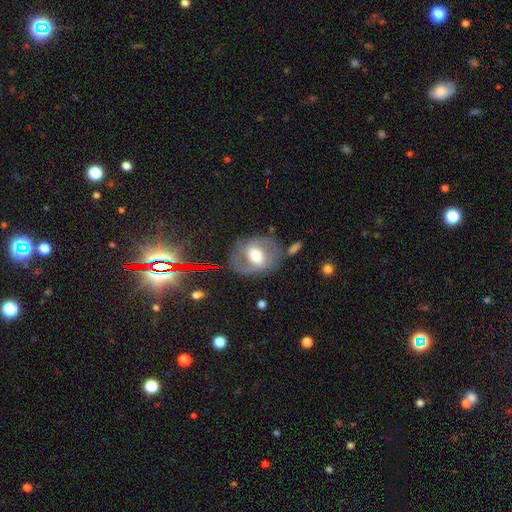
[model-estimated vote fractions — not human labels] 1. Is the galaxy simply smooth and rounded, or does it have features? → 62% featured or disk, 30% smooth, 8% star or artifact.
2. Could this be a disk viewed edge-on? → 95% no, 5% yes.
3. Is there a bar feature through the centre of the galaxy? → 39% weak, 34% no, 27% strong.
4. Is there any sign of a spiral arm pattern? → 60% yes, 40% no.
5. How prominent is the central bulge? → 60% moderate, 26% large, 10% small, 3% dominant, 1% none.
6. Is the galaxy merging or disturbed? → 70% none, 17% minor disturbance, 10% major disturbance, 4% merger.